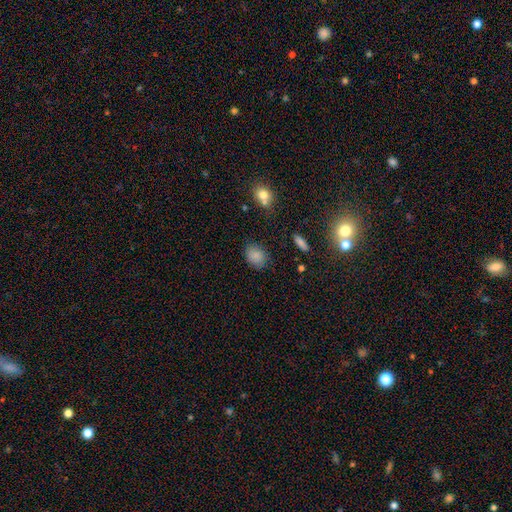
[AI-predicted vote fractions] Smooth or featured? smooth (84%)
How rounded? in between (58%)
Merging? none (82%)